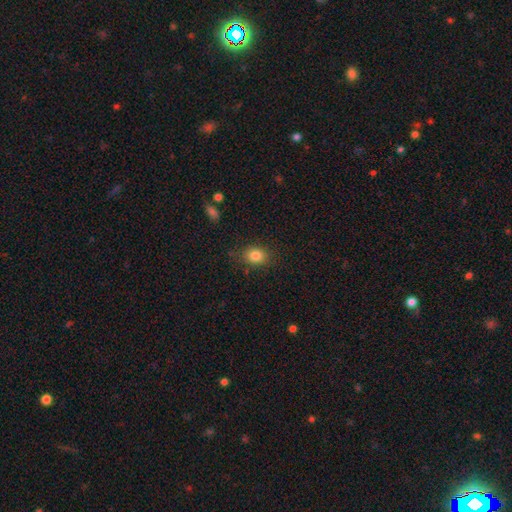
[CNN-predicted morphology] Overall: smooth (83%). How rounded: in between (51%; round 48%). Merging: none (82%).